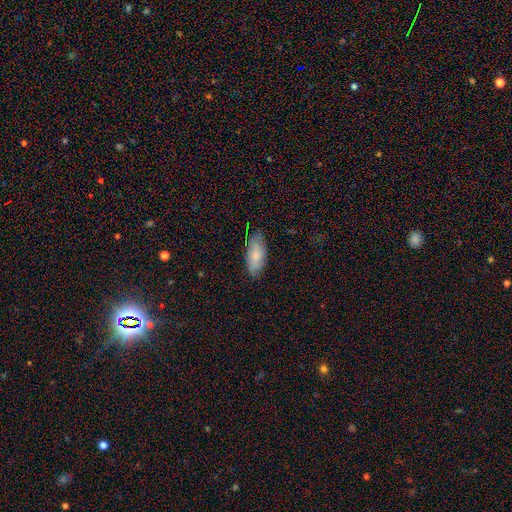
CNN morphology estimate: Q: Smooth or featured?
A: smooth (73%); runner-up: featured or disk (20%)
Q: How rounded?
A: in between (87%); runner-up: cigar-shaped (11%)
Q: Merging?
A: none (74%); runner-up: minor disturbance (20%)